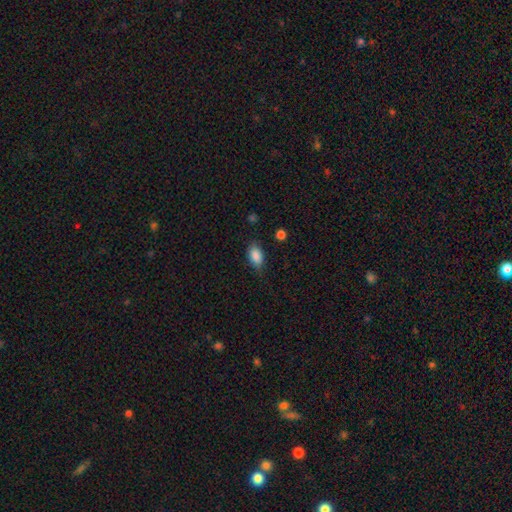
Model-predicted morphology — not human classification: Smooth or featured?
  - smooth: 86% *
  - star or artifact: 8%
  - featured or disk: 6%
How rounded?
  - in between: 89% *
  - round: 8%
  - cigar-shaped: 3%
Merging?
  - none: 72% *
  - minor disturbance: 21%
  - major disturbance: 5%
  - merger: 2%